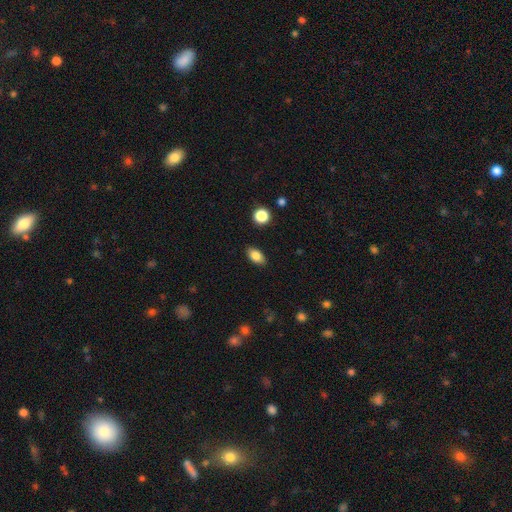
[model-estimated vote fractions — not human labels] Overall: smooth (83%). How rounded: in between (90%). Merging: none (87%).